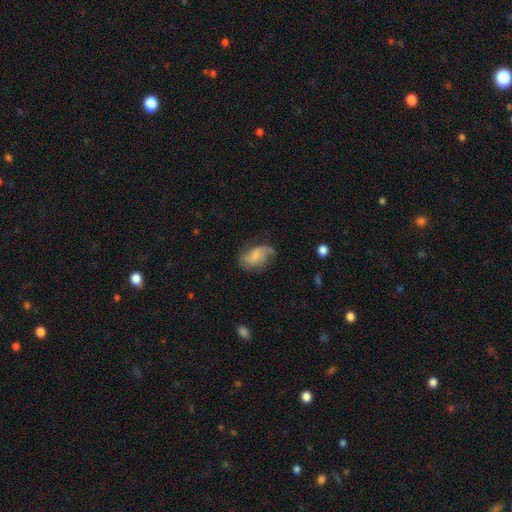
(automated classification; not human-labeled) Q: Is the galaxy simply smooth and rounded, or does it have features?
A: featured or disk — 54%.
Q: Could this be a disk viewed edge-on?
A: no — 96%.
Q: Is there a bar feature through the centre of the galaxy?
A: no — 49%.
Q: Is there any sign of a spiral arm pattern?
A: yes — 87%.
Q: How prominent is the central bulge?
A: small — 47%.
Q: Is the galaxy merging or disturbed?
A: none — 53%.